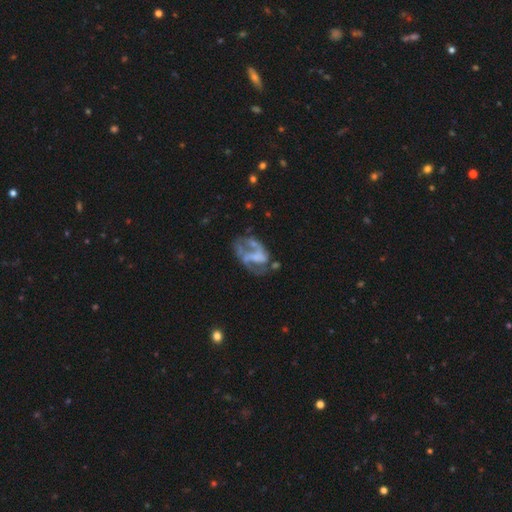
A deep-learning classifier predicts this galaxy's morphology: Overall: featured or disk (69%). Edge-on disk: no (98%). Bar: no (60%; weak 27%). Spiral arms: yes (51%; no 49%). Bulge size: none (63%). Merging: major disturbance (37%; none 33%).